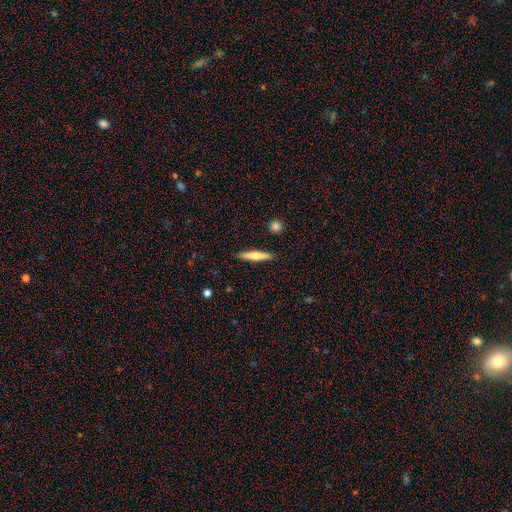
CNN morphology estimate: A smooth galaxy with no disk features (59%) that is cigar-shaped (89%).

Vote fractions:
- Smooth or featured? smooth: 59% / featured or disk: 35% / star or artifact: 6%
- How rounded? cigar-shaped: 89% / in between: 9% / round: 2%
- Merging? none: 91% / minor disturbance: 6% / major disturbance: 1% / merger: 1%